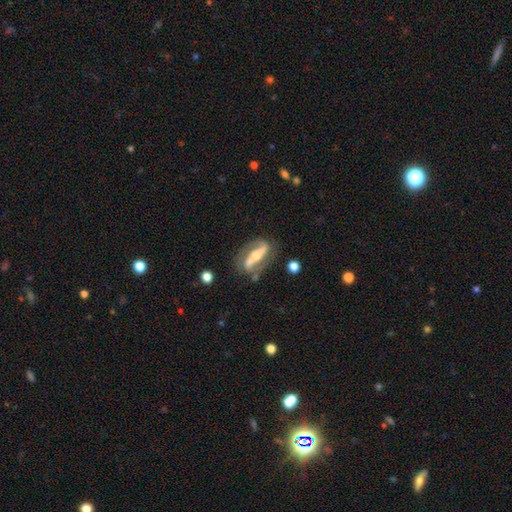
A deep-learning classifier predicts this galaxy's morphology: smooth-or-featured: featured or disk: 82% | smooth: 13% | star or artifact: 5%
  disk-edge-on: no: 83% | yes: 17%
    bar: strong: 70% | weak: 15% | no: 15%
    has-spiral-arms: yes: 86% | no: 14%
      spiral-winding: loose: 41% | medium: 38% | tight: 22%
      spiral-arm-count: 2: 89% | can't tell: 4% | 1: 4% | 3: 1% | 4: 1% | more than 4: 1%
    bulge-size: moderate: 59% | small: 29% | large: 8% | none: 2% | dominant: 2%
  merging: none: 74% | minor disturbance: 15% | major disturbance: 7% | merger: 3%